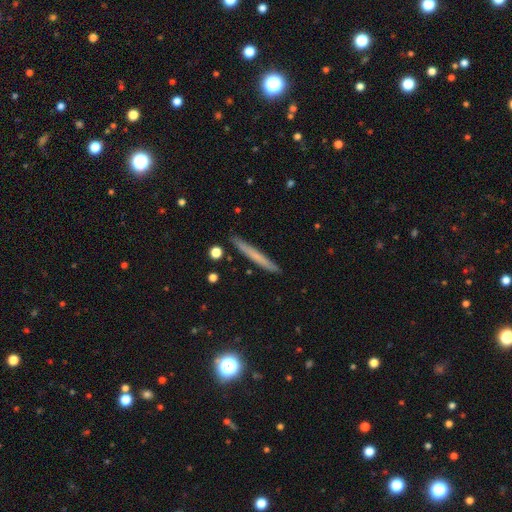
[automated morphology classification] Smooth or featured? Predicted: smooth (p=0.61). How rounded? Predicted: cigar-shaped (p=0.97). Merging? Predicted: none (p=0.90).